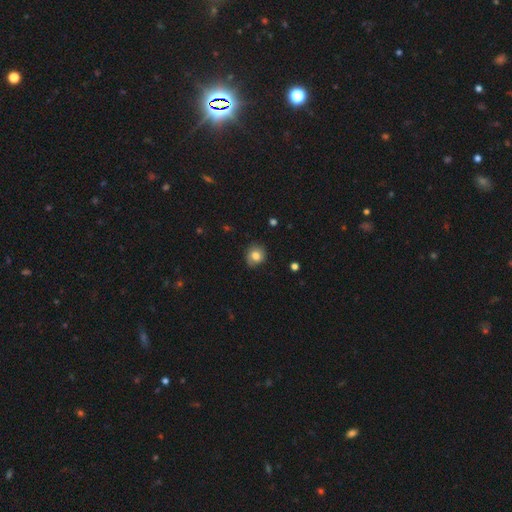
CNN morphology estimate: A smooth galaxy with no disk features (77%) that is round (78%). Merging: none (76%).